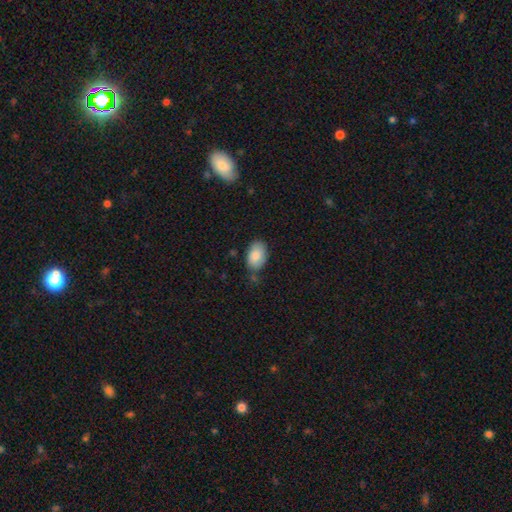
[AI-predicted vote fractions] Q: Smooth or featured?
A: smooth (86%); runner-up: featured or disk (7%)
Q: How rounded?
A: in between (91%); runner-up: round (8%)
Q: Merging?
A: none (71%); runner-up: minor disturbance (20%)